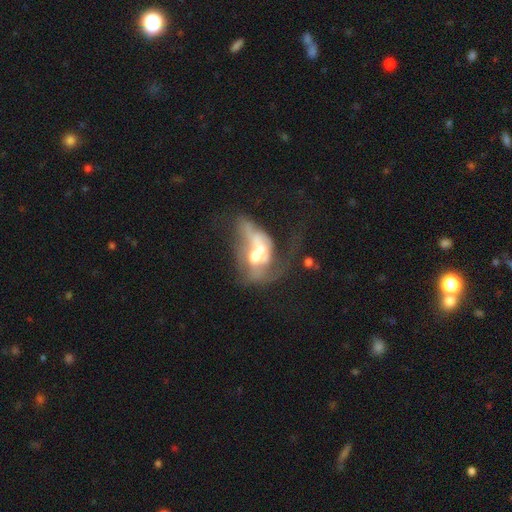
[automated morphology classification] This is likely a featured or disk galaxy (65%). It is clearly not viewed edge-on (92%). Bar: likely no (71%). Spiral arm pattern: likely no (63%). Central bulge: possibly moderate (57%). Merging: possibly merger (57%).